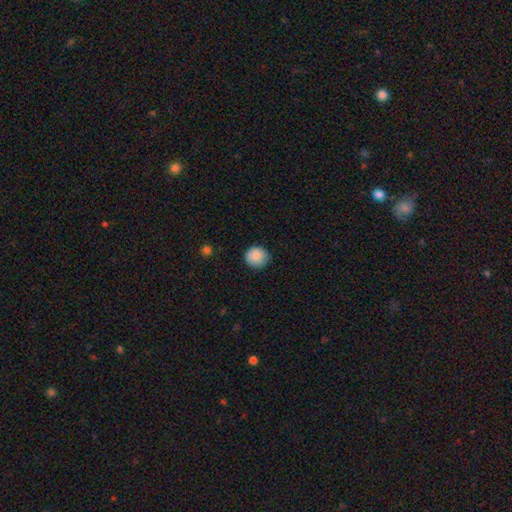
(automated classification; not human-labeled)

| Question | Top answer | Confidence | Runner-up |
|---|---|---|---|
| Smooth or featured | smooth | 88% | star or artifact (8%) |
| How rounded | round | 91% | in between (8%) |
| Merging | none | 86% | minor disturbance (11%) |